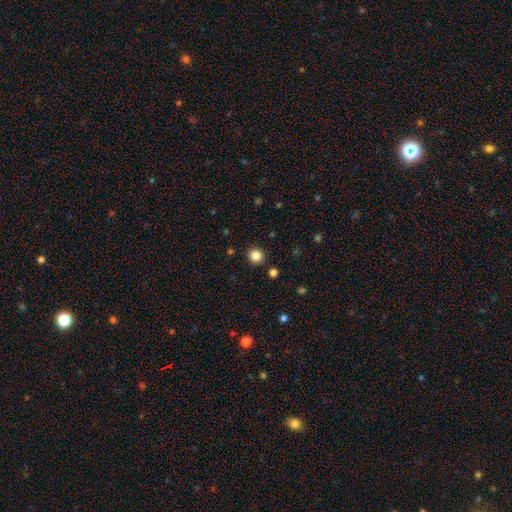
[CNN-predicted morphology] Overall: smooth (84%). How rounded: round (92%). Merging: none (91%).